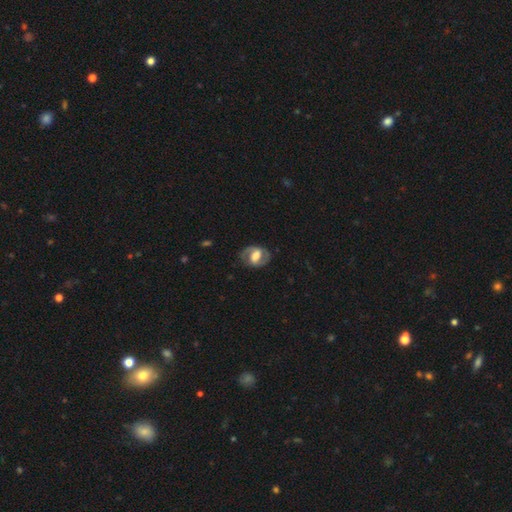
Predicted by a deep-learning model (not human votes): A featured or disk galaxy (72%) with a weak bar (43%), 2 (89%) medium (50%) spiral arms (84%) and a moderate central bulge (41%). Merging: none (77%).